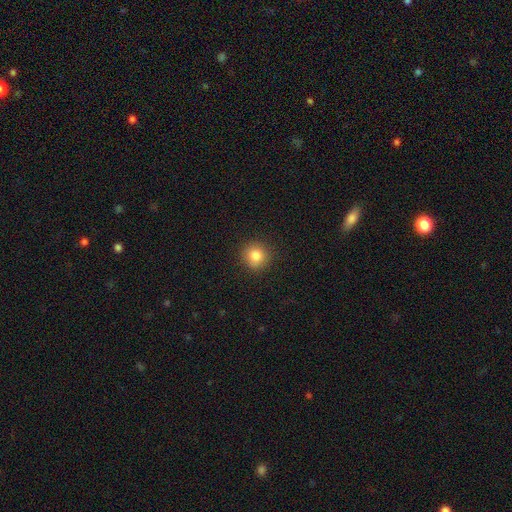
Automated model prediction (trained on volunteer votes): Overall: smooth (83%). How rounded: round (92%). Merging: none (90%).